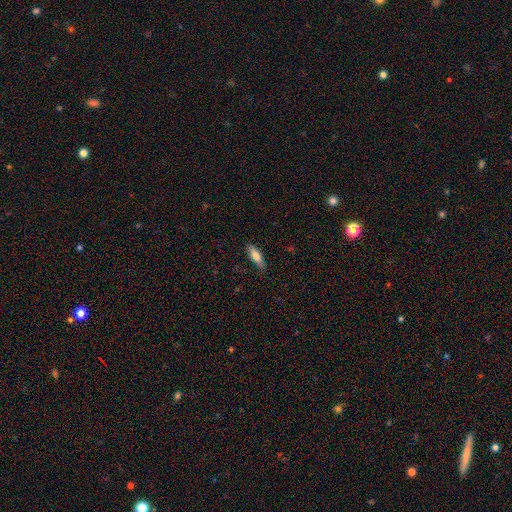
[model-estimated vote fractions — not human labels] Q: Smooth or featured?
A: smooth (74%); runner-up: featured or disk (20%)
Q: How rounded?
A: cigar-shaped (51%); runner-up: in between (47%)
Q: Merging?
A: none (75%); runner-up: minor disturbance (20%)